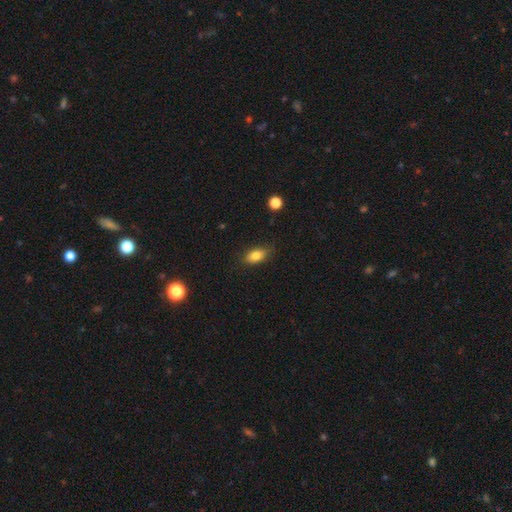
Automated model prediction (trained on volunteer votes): Smooth or featured: smooth — 82% (featured or disk — 9%)
How rounded: in between — 87% (round — 7%)
Merging: none — 83% (minor disturbance — 13%)